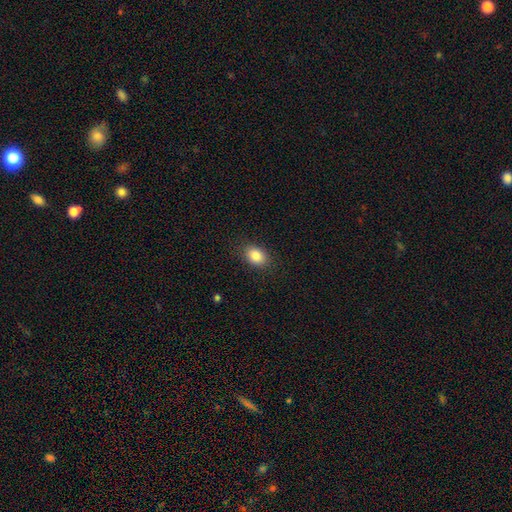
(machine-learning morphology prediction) smooth-or-featured: smooth: 86% | star or artifact: 8% | featured or disk: 5%
  how-rounded: in between: 76% | round: 23% | cigar-shaped: 1%
  merging: none: 87% | minor disturbance: 10% | major disturbance: 3% | merger: 1%